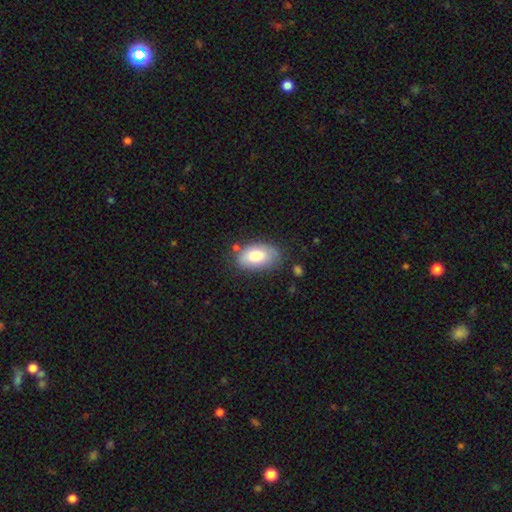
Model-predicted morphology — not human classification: smooth-or-featured: smooth: 81% | featured or disk: 12% | star or artifact: 6%
  how-rounded: in between: 93% | round: 5% | cigar-shaped: 2%
  merging: none: 71% | minor disturbance: 21% | major disturbance: 5% | merger: 4%